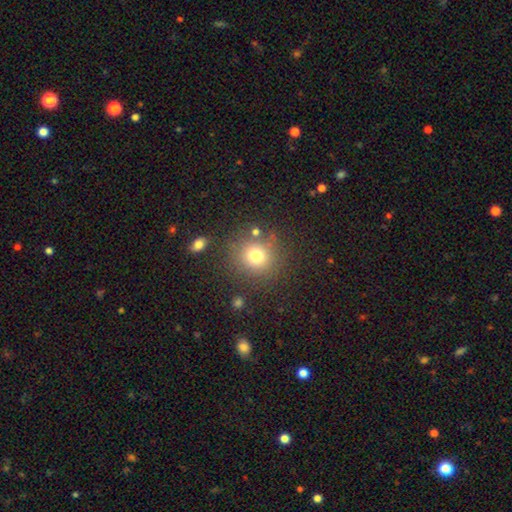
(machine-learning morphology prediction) This is likely a smooth galaxy (75%). How rounded: clearly round (90%). Merging: clearly none (82%).